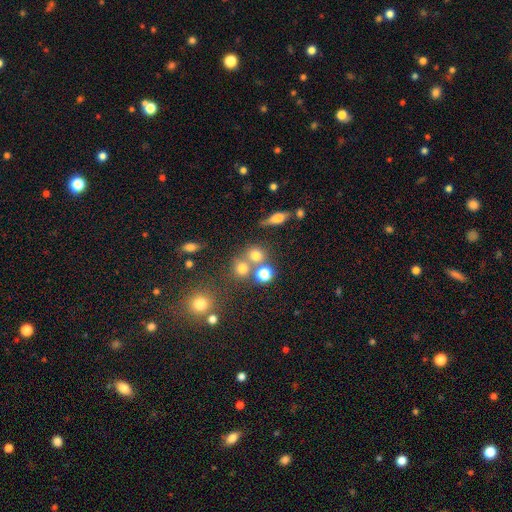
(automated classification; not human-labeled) Smooth or featured?
  - smooth: 70% *
  - star or artifact: 18%
  - featured or disk: 12%
How rounded?
  - round: 80% *
  - in between: 17%
  - cigar-shaped: 2%
Merging?
  - none: 57% *
  - merger: 28%
  - minor disturbance: 10%
  - major disturbance: 5%